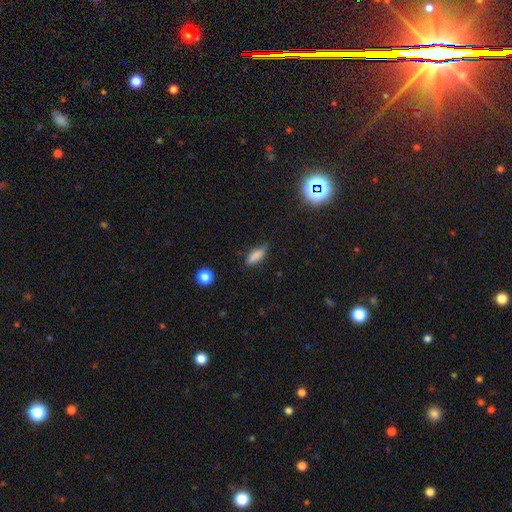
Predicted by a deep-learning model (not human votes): This is clearly a smooth galaxy (83%). How rounded: likely in between (70%). Merging: likely none (74%).